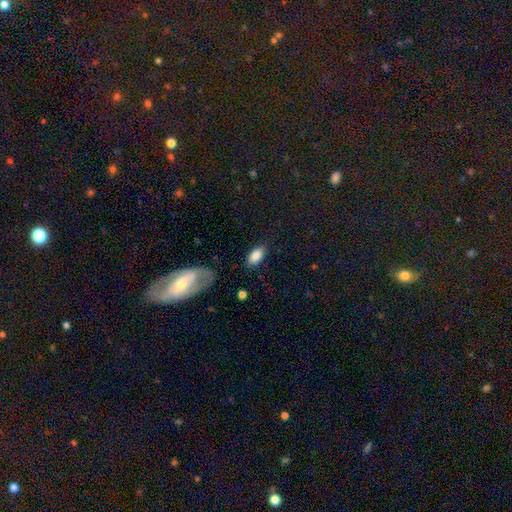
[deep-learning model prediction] Smooth or featured: smooth — 85% (featured or disk — 8%)
How rounded: in between — 91% (cigar-shaped — 6%)
Merging: none — 80% (minor disturbance — 13%)